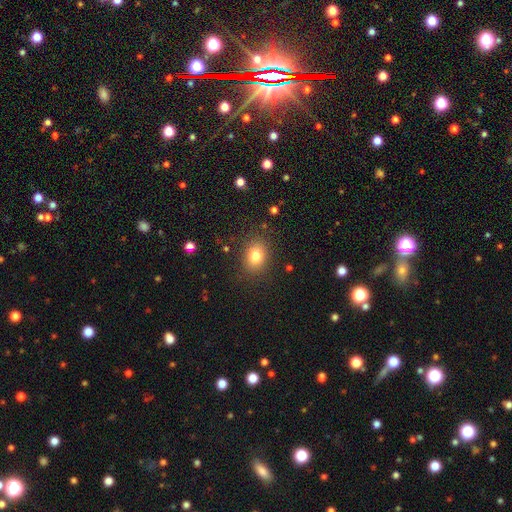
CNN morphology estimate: Q: Smooth or featured?
A: smooth (80%); runner-up: star or artifact (12%)
Q: How rounded?
A: in between (59%); runner-up: round (40%)
Q: Merging?
A: none (85%); runner-up: minor disturbance (10%)